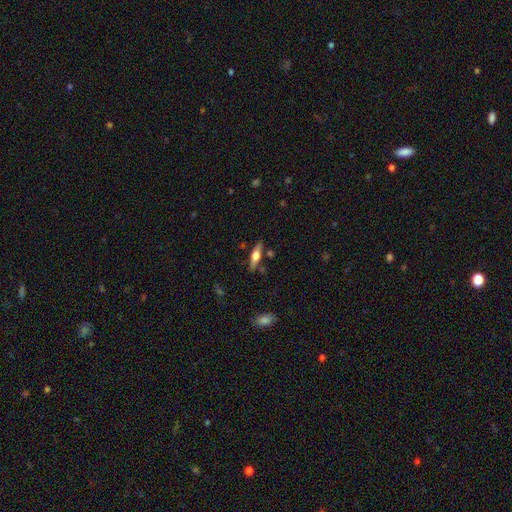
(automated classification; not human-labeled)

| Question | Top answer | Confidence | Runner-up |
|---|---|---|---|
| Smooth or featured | featured or disk | 54% | smooth (39%) |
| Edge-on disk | yes | 93% | no (7%) |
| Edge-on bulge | rounded | 90% | boxy (8%) |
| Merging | none | 81% | minor disturbance (12%) |